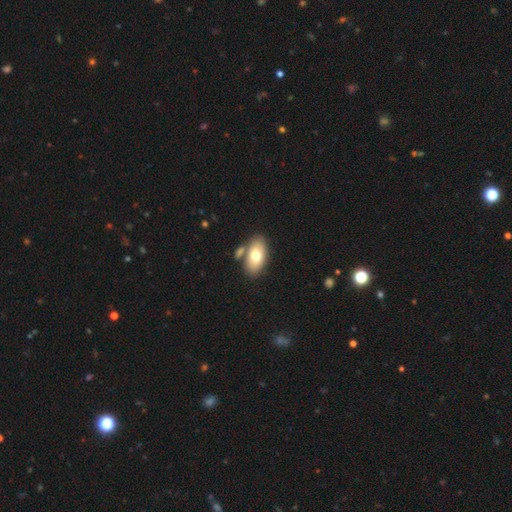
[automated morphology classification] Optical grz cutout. It shows a smooth galaxy with no disk features (72%) that is in between round and cigar-shaped (92%). Merging: none (67%).